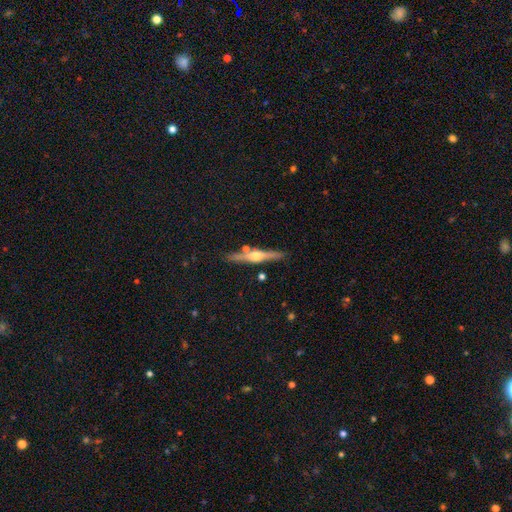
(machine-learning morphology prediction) Q: Smooth or featured?
A: featured or disk (73%); runner-up: smooth (21%)
Q: Edge-on disk?
A: yes (97%); runner-up: no (3%)
Q: Edge-on bulge?
A: rounded (93%); runner-up: boxy (4%)
Q: Merging?
A: none (83%); runner-up: minor disturbance (9%)